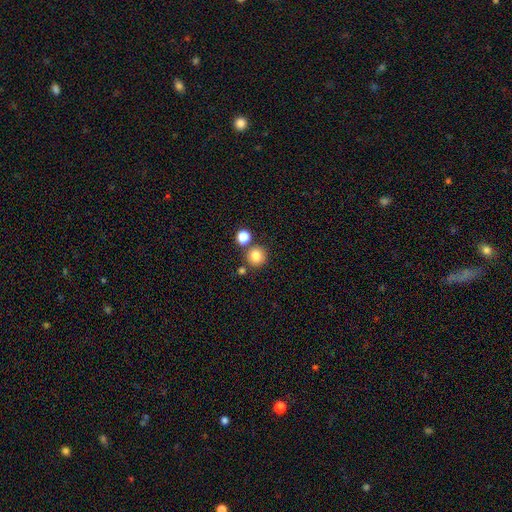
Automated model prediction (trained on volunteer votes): A smooth galaxy with no disk features (81%) that is round (94%). Merging: none (78%).